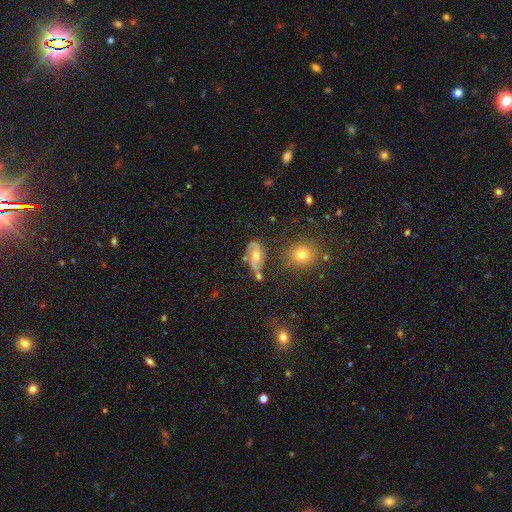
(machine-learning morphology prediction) Smooth or featured?
  - featured or disk: 62% *
  - smooth: 25%
  - star or artifact: 13%
Edge-on disk?
  - no: 93% *
  - yes: 7%
Bar?
  - no: 66% *
  - weak: 26%
  - strong: 7%
Spiral arms?
  - yes: 77% *
  - no: 23%
Bulge size?
  - moderate: 63% *
  - small: 29%
  - large: 4%
  - none: 2%
  - dominant: 1%
Merging?
  - none: 55% *
  - minor disturbance: 23%
  - major disturbance: 13%
  - merger: 9%